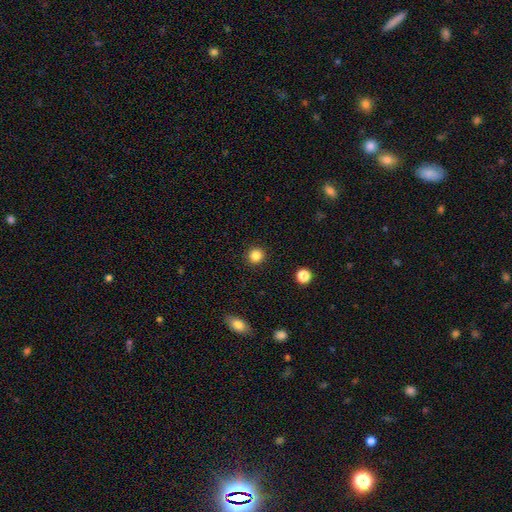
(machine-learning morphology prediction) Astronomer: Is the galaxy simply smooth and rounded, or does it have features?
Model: smooth — 85%.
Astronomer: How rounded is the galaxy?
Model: round — 93%.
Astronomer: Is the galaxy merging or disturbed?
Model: none — 92%.